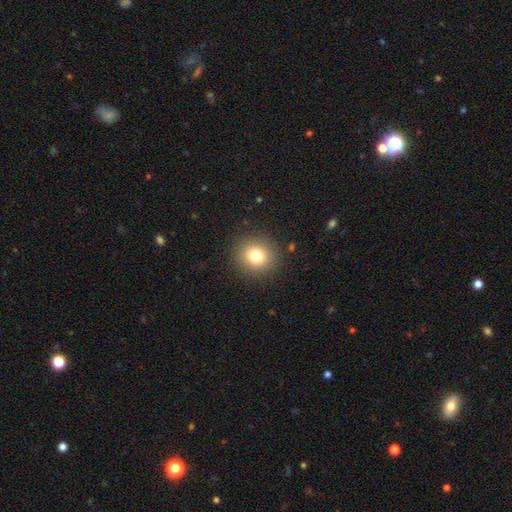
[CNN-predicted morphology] smooth-or-featured: smooth: 78% | star or artifact: 13% | featured or disk: 9%
  how-rounded: round: 91% | in between: 9% | cigar-shaped: 1%
  merging: none: 90% | minor disturbance: 6% | major disturbance: 3% | merger: 1%